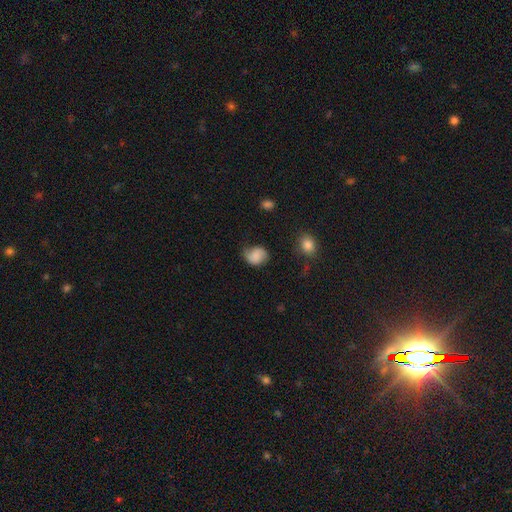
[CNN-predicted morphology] Smooth or featured? Predicted: smooth (p=0.68). How rounded? Predicted: round (p=0.57). Merging? Predicted: none (p=0.52).